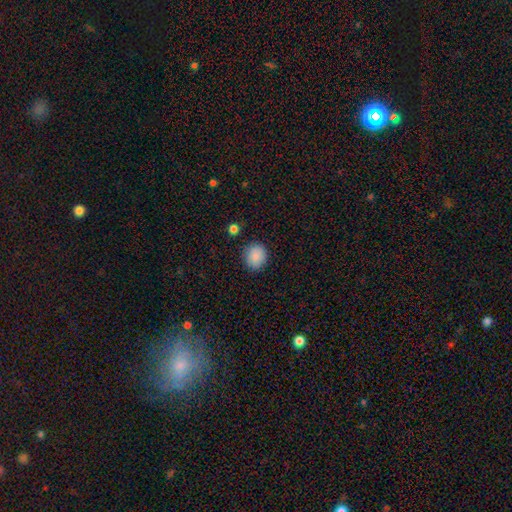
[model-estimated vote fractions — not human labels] smooth-or-featured: smooth: 88% | star or artifact: 8% | featured or disk: 4%
  how-rounded: round: 72% | in between: 27% | cigar-shaped: 1%
  merging: none: 87% | minor disturbance: 9% | major disturbance: 3% | merger: 2%